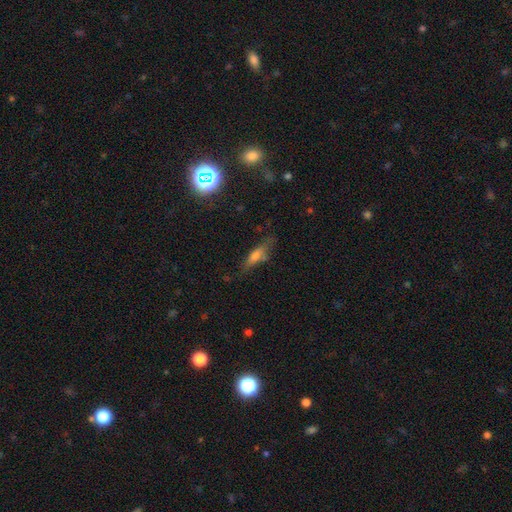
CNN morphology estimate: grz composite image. It shows a smooth galaxy with no disk features (57%) that is cigar-shaped (64%). Merging: none (68%).